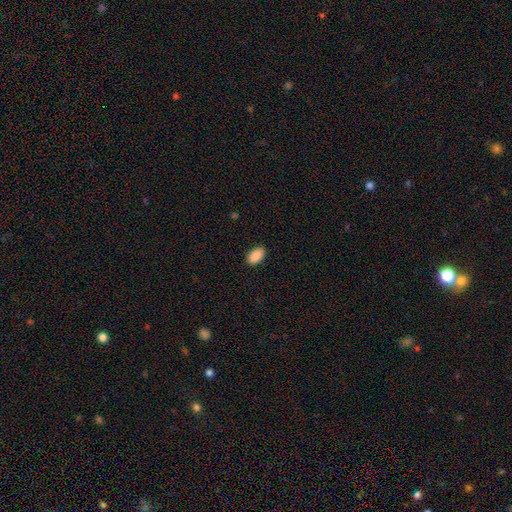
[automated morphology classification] A smooth galaxy with no disk features (91%) that is in between round and cigar-shaped (94%). Merging: none (89%).